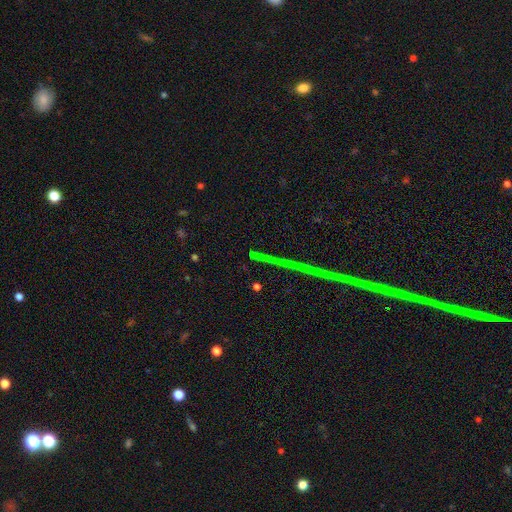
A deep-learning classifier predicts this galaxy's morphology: Smooth or featured?
  - star or artifact: 75% *
  - featured or disk: 13%
  - smooth: 12%